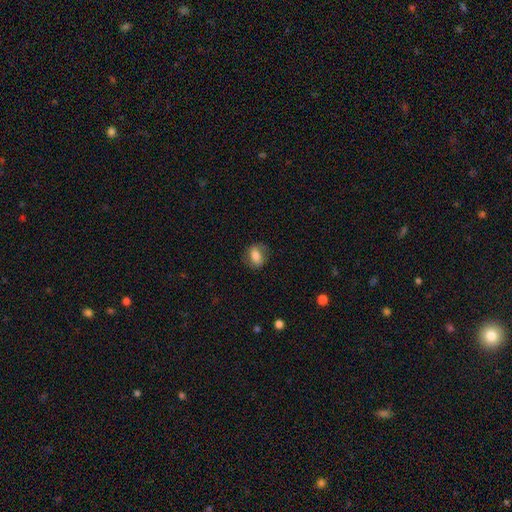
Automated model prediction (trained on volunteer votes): Smooth or featured: smooth — 72% (featured or disk — 20%)
How rounded: in between — 69% (round — 29%)
Merging: none — 73% (minor disturbance — 19%)